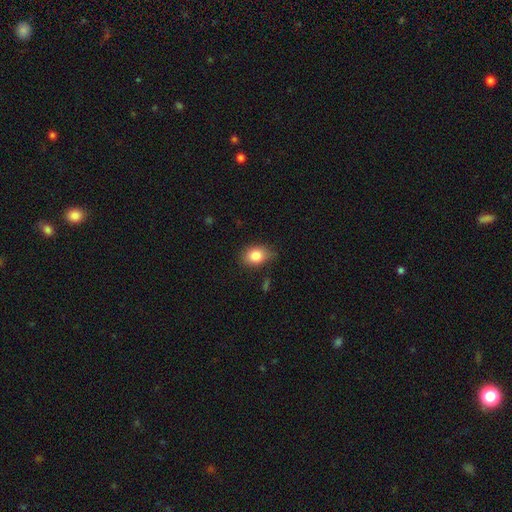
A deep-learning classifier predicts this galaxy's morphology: smooth-or-featured: smooth: 83% | star or artifact: 9% | featured or disk: 8%
  how-rounded: in between: 71% | round: 28% | cigar-shaped: 1%
  merging: none: 73% | minor disturbance: 21% | major disturbance: 4% | merger: 2%